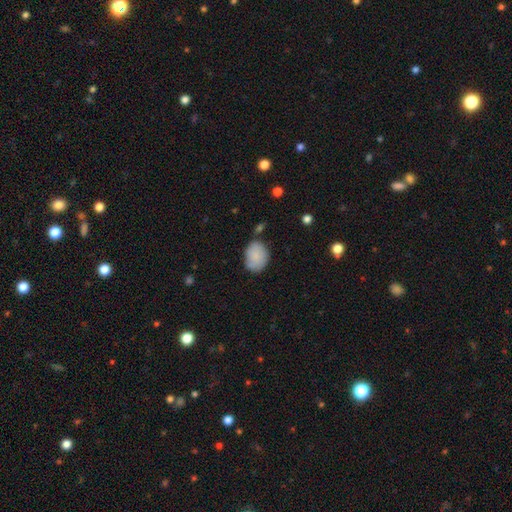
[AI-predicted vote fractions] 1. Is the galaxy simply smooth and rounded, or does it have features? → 85% smooth, 8% featured or disk, 7% star or artifact.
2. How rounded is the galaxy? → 61% in between, 38% round, 1% cigar-shaped.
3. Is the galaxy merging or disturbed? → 63% none, 25% minor disturbance, 6% merger, 6% major disturbance.